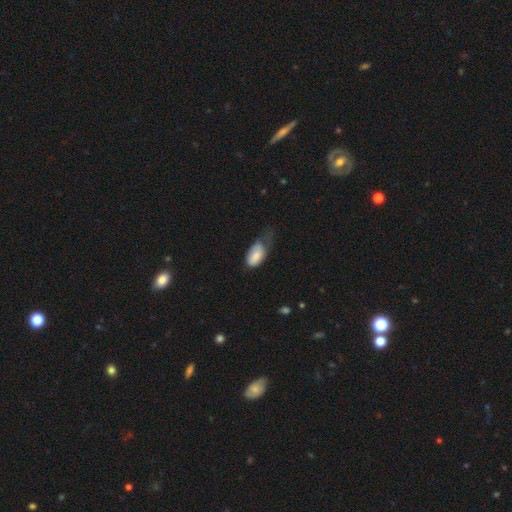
Morphology: type=smooth (89%); roundness=in between (94%); merging=minor disturbance (54%).